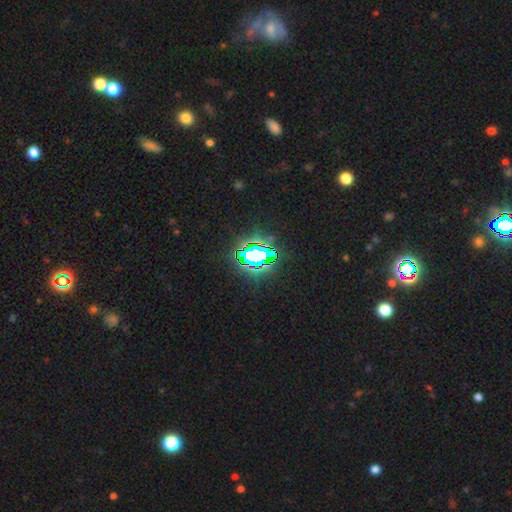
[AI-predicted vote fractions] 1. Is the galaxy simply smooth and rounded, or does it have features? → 73% star or artifact, 16% smooth, 11% featured or disk.